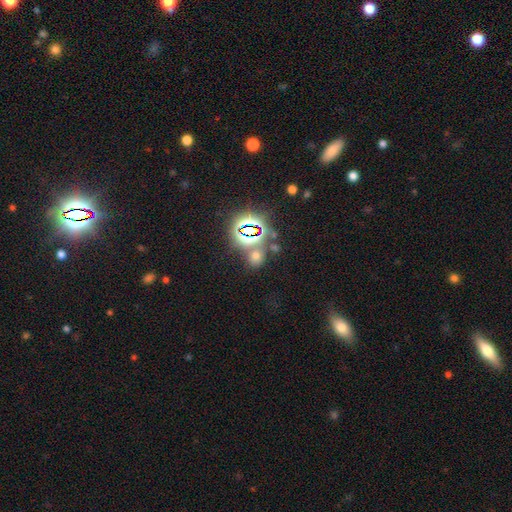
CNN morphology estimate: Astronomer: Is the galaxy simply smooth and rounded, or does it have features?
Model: smooth — 47% (runner-up: star or artifact, 45%).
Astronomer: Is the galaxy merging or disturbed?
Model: none — 69%.